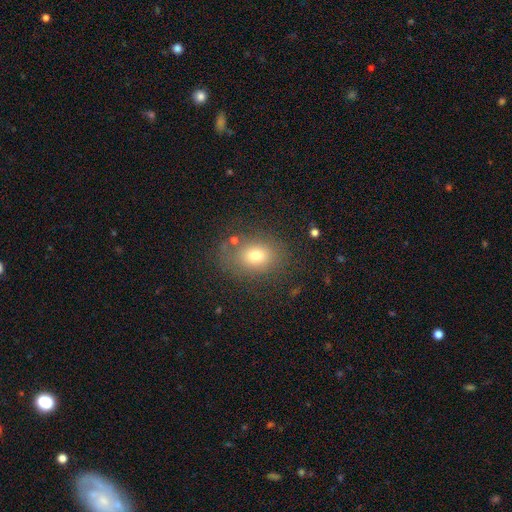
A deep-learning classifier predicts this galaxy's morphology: Smooth or featured? smooth (73%)
How rounded? in between (58%)
Merging? none (77%)